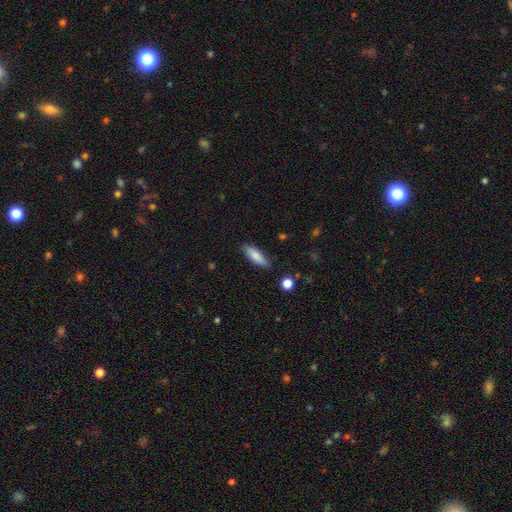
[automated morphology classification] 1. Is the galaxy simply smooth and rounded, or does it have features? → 80% smooth, 14% featured or disk, 6% star or artifact.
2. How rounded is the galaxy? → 50% cigar-shaped, 48% in between, 2% round.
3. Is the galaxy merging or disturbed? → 86% none, 10% minor disturbance, 2% major disturbance, 2% merger.